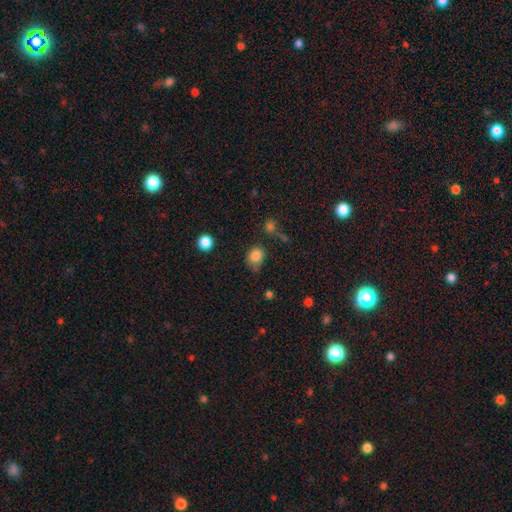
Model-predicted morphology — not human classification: smooth-or-featured: smooth: 82% | star or artifact: 11% | featured or disk: 6%
  how-rounded: round: 57% | in between: 42% | cigar-shaped: 1%
  merging: none: 52% | minor disturbance: 32% | major disturbance: 11% | merger: 6%